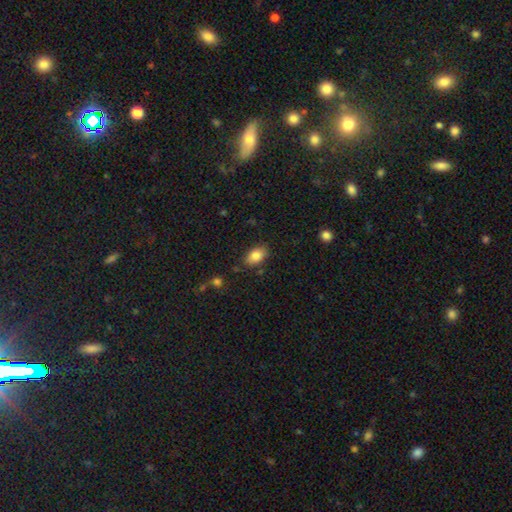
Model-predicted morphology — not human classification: smooth 83%, featured or disk 9%, star or artifact 8%. Down the decision tree: how rounded — in between (88%); merging — none (81%).